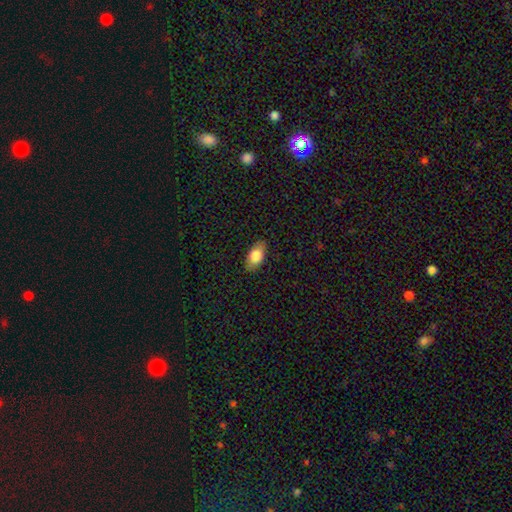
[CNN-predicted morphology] The model was most divided on "smooth or featured": smooth: 81%, featured or disk: 12%, star or artifact: 7%. More confident: how rounded — in between (92%); merging — none (86%).